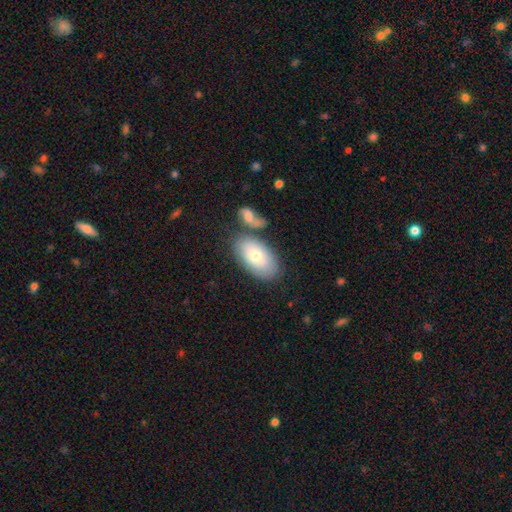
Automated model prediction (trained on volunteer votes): Morphology: type=smooth (67%); roundness=in between (93%); merging=none (65%).